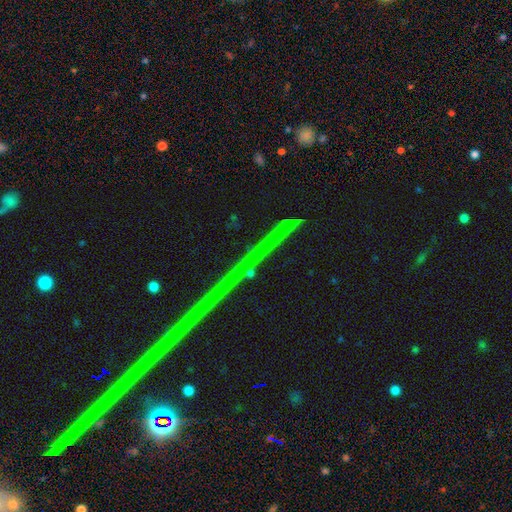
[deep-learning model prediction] Overall: star or artifact (79%).